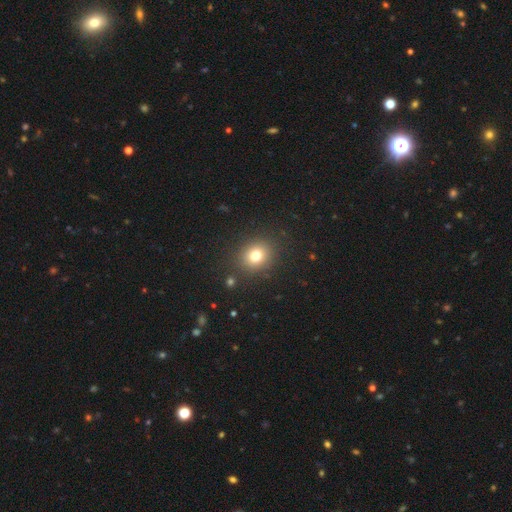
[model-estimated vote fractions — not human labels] A smooth galaxy with no disk features (77%) that is round (70%). Merging: none (87%).